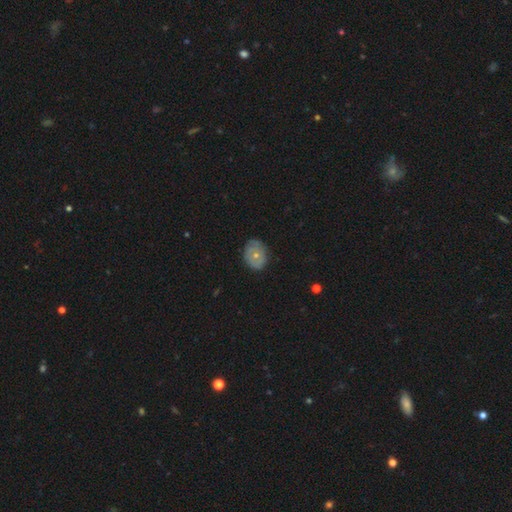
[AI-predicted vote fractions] The model was most divided on "how rounded": in between: 55%, round: 44%, cigar-shaped: 1%. More confident: merging — none (76%); smooth or featured — smooth (57%).